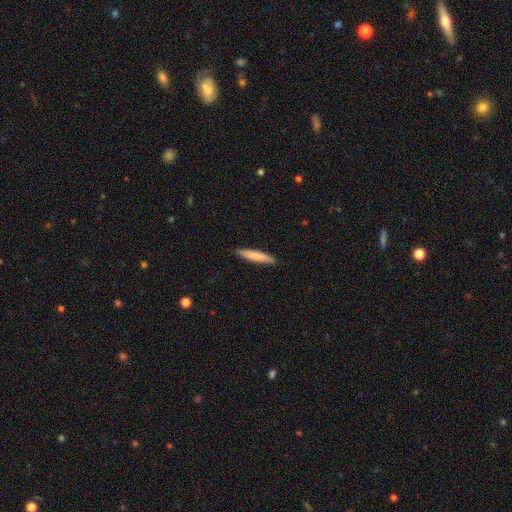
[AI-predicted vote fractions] A smooth galaxy with no disk features (80%) that is cigar-shaped (91%).

Vote fractions:
- Smooth or featured? smooth: 80% / featured or disk: 15% / star or artifact: 5%
- How rounded? cigar-shaped: 91% / in between: 8% / round: 1%
- Merging? none: 90% / minor disturbance: 8% / major disturbance: 1% / merger: 1%